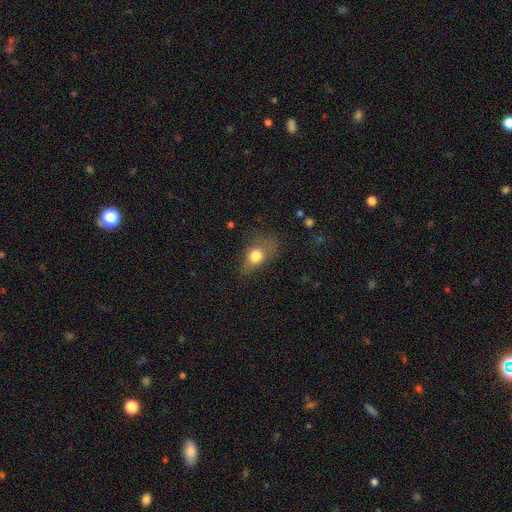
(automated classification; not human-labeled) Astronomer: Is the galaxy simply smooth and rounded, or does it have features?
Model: smooth — 74%.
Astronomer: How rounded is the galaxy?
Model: in between — 67%.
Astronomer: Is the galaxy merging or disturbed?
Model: none — 41% (runner-up: minor disturbance, 29%).